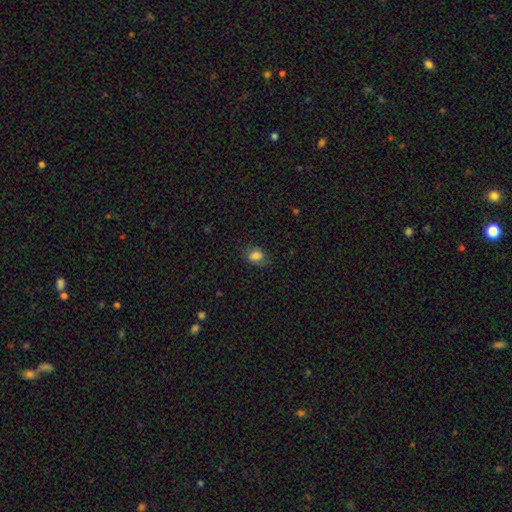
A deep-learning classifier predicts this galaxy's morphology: A smooth galaxy with no disk features (82%) that is in between round and cigar-shaped (65%).

Vote fractions:
- Smooth or featured? smooth: 82% / star or artifact: 11% / featured or disk: 7%
- How rounded? in between: 65% / round: 34% / cigar-shaped: 1%
- Merging? none: 70% / minor disturbance: 22% / major disturbance: 7% / merger: 1%